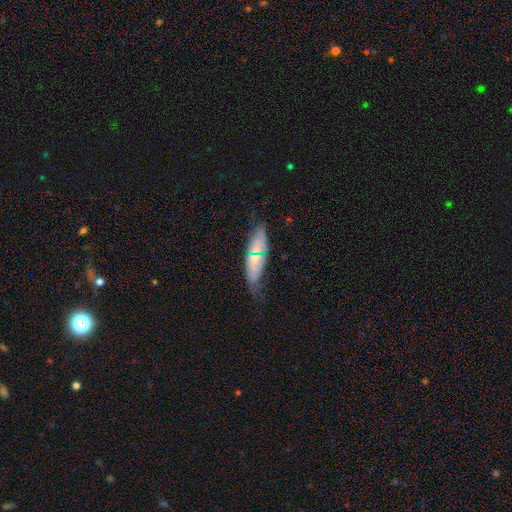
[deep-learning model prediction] Smooth or featured: smooth — 51% (featured or disk — 40%)
How rounded: cigar-shaped — 50% (in between — 47%)
Merging: none — 64% (minor disturbance — 26%)